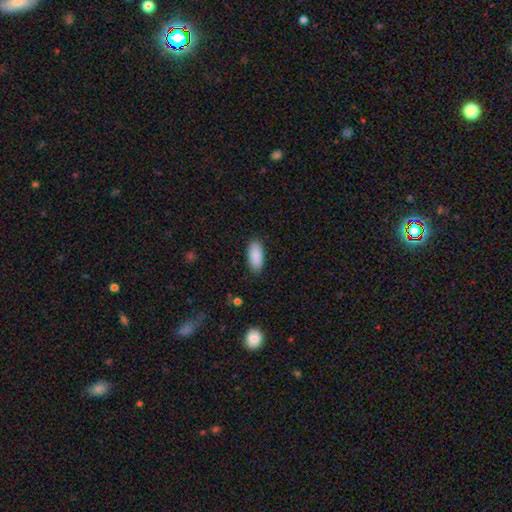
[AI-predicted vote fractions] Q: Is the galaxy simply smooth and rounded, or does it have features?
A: smooth — 90%.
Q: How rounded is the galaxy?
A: in between — 90%.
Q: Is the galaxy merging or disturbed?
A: none — 88%.